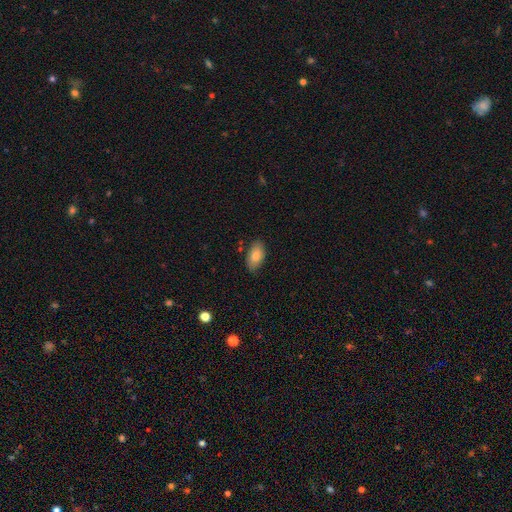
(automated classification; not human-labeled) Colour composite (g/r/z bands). It shows a smooth galaxy with no disk features (81%) that is in between round and cigar-shaped (94%). Merging: none (83%).